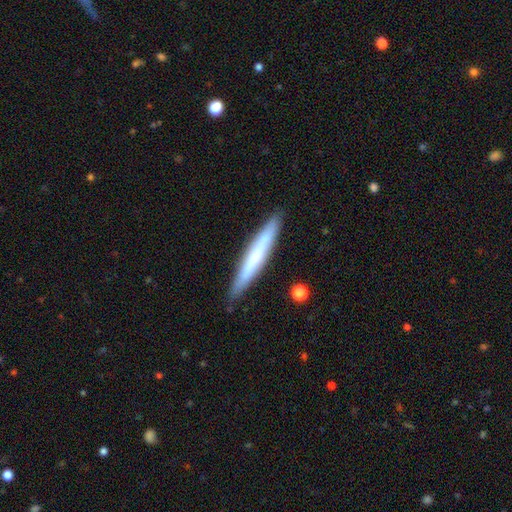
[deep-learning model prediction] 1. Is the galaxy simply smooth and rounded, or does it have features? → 55% smooth, 39% featured or disk, 6% star or artifact.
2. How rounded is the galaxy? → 95% cigar-shaped, 4% in between, 1% round.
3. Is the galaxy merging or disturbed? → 87% none, 9% minor disturbance, 2% major disturbance, 2% merger.